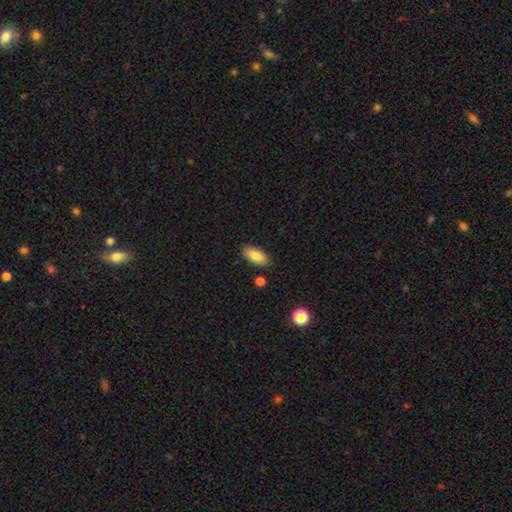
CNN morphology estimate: Overall: smooth (86%). How rounded: in between (88%). Merging: none (86%).